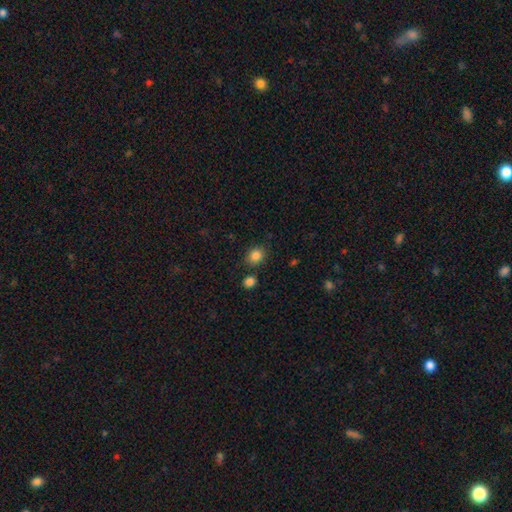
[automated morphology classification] type=smooth (85%); roundness=round (68%); merging=none (80%).